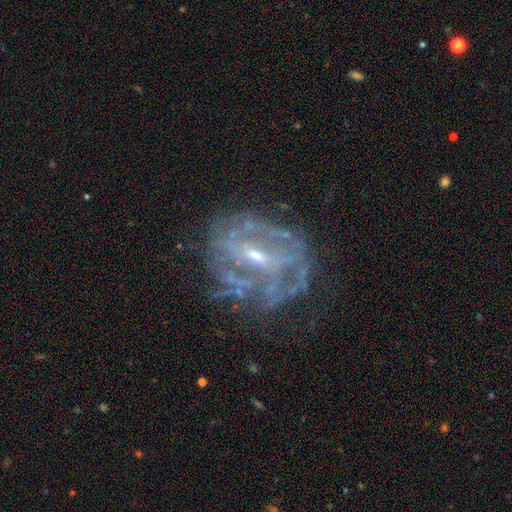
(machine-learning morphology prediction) smooth-or-featured: featured or disk: 81% | star or artifact: 11% | smooth: 9%
  disk-edge-on: no: 96% | yes: 4%
    bar: weak: 48% | strong: 28% | no: 24%
    has-spiral-arms: yes: 71% | no: 29%
      spiral-winding: tight: 53% | medium: 32% | loose: 14%
      spiral-arm-count: can't tell: 54% | 2: 14% | 3: 11% | 4: 10% | more than 4: 6% | 1: 5%
    bulge-size: small: 60% | moderate: 34% | none: 4% | large: 2% | dominant: 1%
  merging: none: 60% | minor disturbance: 20% | major disturbance: 18% | merger: 2%